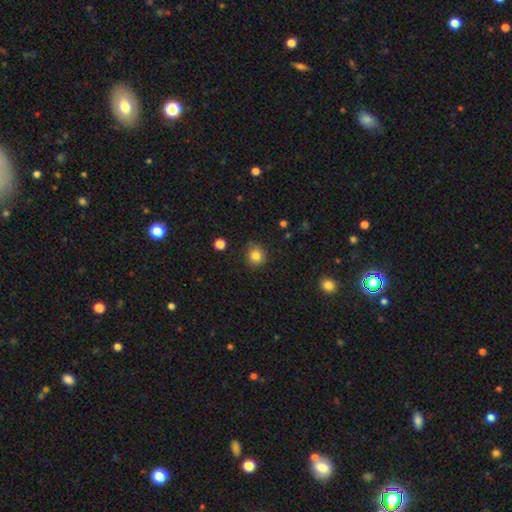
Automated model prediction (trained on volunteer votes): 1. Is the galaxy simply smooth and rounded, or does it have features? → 84% smooth, 11% star or artifact, 5% featured or disk.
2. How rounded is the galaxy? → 89% round, 10% in between, 1% cigar-shaped.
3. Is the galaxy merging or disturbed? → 85% none, 10% minor disturbance, 3% major disturbance, 2% merger.